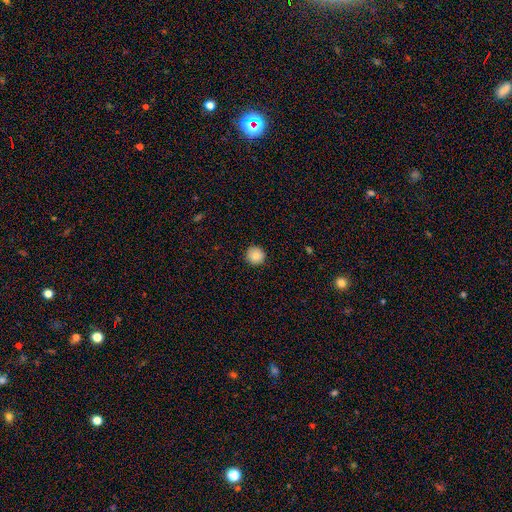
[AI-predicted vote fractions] Smooth or featured? Predicted: smooth (p=0.87). How rounded? Predicted: round (p=0.94). Merging? Predicted: none (p=0.90).